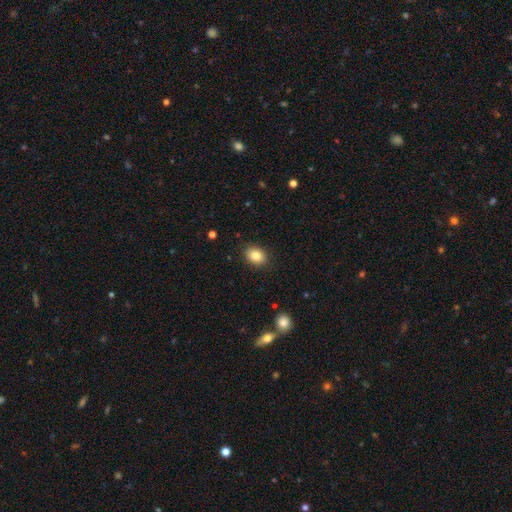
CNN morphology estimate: Q: Smooth or featured?
A: smooth (85%); runner-up: star or artifact (9%)
Q: How rounded?
A: in between (67%); runner-up: round (32%)
Q: Merging?
A: none (88%); runner-up: minor disturbance (9%)